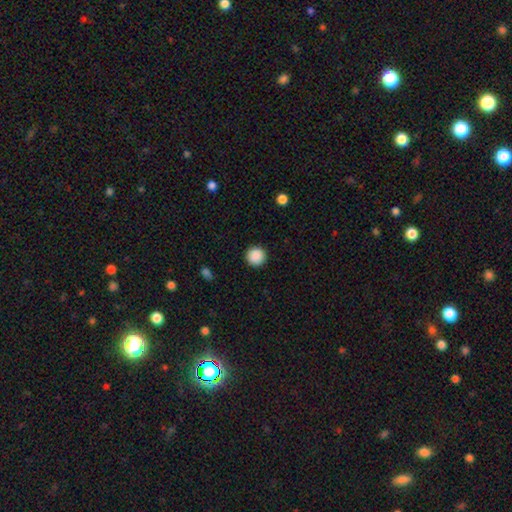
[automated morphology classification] Q: Smooth or featured?
A: smooth (89%); runner-up: star or artifact (9%)
Q: How rounded?
A: round (95%); runner-up: in between (4%)
Q: Merging?
A: none (93%); runner-up: minor disturbance (5%)